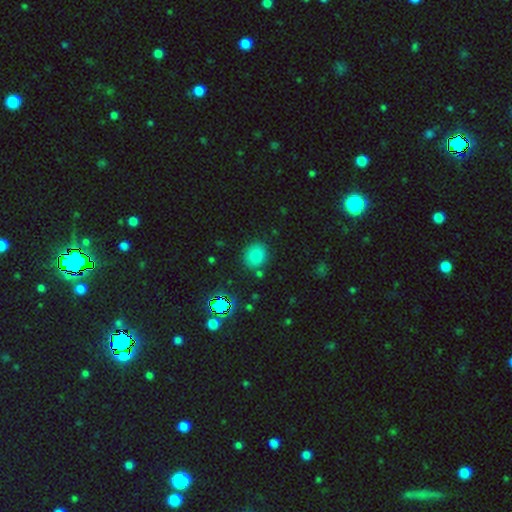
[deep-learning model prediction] smooth 78%, star or artifact 16%, featured or disk 6%. Down the decision tree: how rounded — round (73%); merging — none (82%).